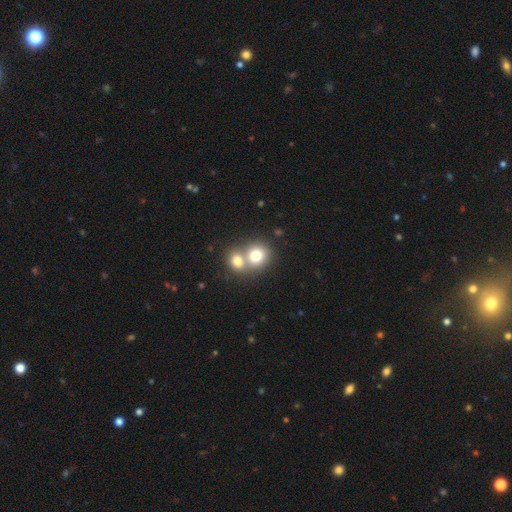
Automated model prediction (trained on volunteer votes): Smooth or featured? smooth (75%)
How rounded? round (73%)
Merging? merger (62%)